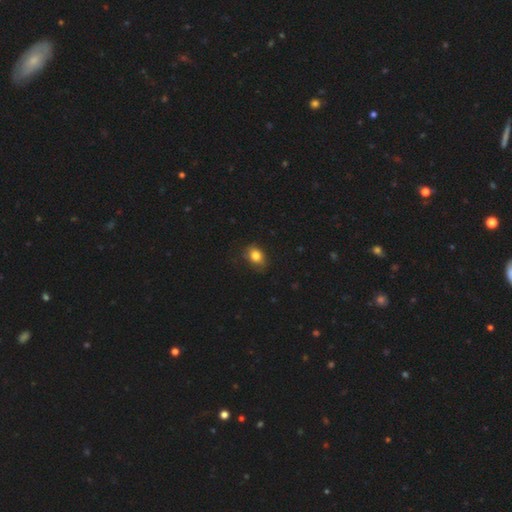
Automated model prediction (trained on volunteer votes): A smooth galaxy with no disk features (81%) that is in between round and cigar-shaped (64%).

Vote fractions:
- Smooth or featured? smooth: 81% / star or artifact: 10% / featured or disk: 9%
- How rounded? in between: 64% / round: 35% / cigar-shaped: 1%
- Merging? none: 71% / minor disturbance: 22% / major disturbance: 5% / merger: 1%